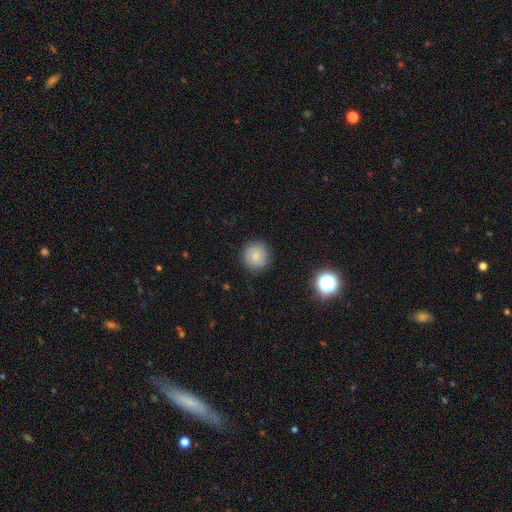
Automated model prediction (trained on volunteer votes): Smooth or featured? Predicted: smooth (p=0.78). How rounded? Predicted: round (p=0.93). Merging? Predicted: none (p=0.86).